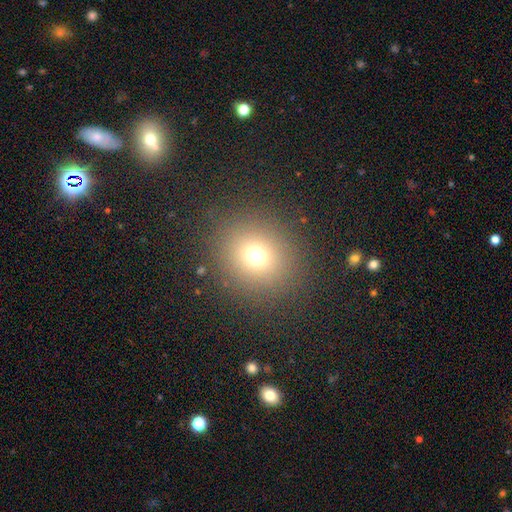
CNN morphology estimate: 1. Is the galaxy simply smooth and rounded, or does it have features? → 71% smooth, 20% star or artifact, 9% featured or disk.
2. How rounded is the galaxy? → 83% round, 17% in between, 1% cigar-shaped.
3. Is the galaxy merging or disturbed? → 87% none, 7% minor disturbance, 5% major disturbance, 1% merger.